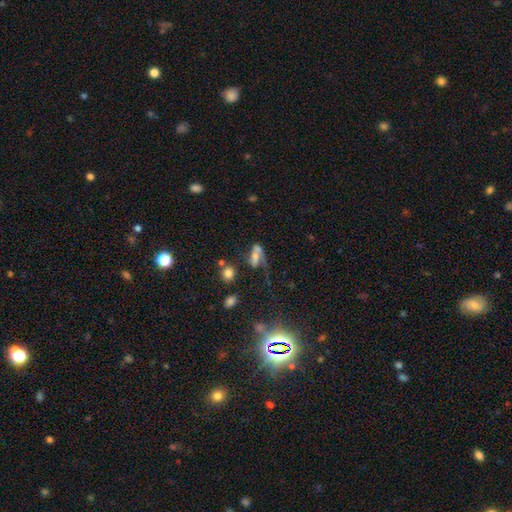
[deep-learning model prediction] Smooth or featured?
  - smooth: 43% *
  - featured or disk: 41%
  - star or artifact: 16%
Merging?
  - major disturbance: 31% *
  - merger: 28%
  - none: 26%
  - minor disturbance: 15%